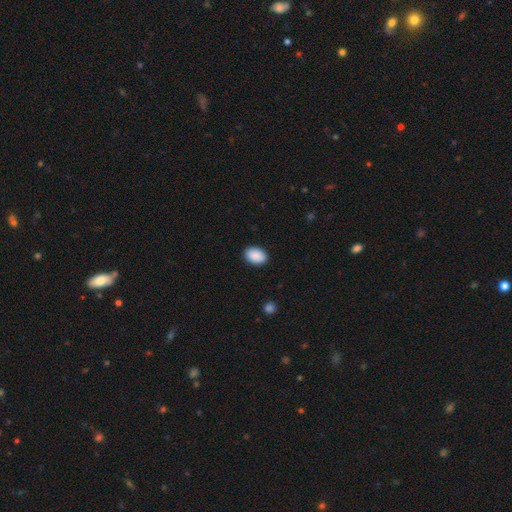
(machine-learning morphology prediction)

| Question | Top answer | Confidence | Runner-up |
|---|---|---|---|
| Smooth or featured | smooth | 90% | star or artifact (7%) |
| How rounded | in between | 85% | round (14%) |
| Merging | none | 89% | minor disturbance (8%) |